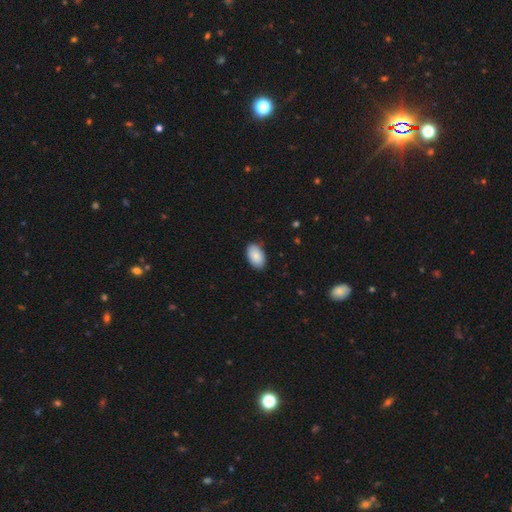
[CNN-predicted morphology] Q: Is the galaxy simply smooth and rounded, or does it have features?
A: smooth — 89%.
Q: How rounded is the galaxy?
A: in between — 94%.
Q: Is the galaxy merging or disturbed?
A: none — 87%.